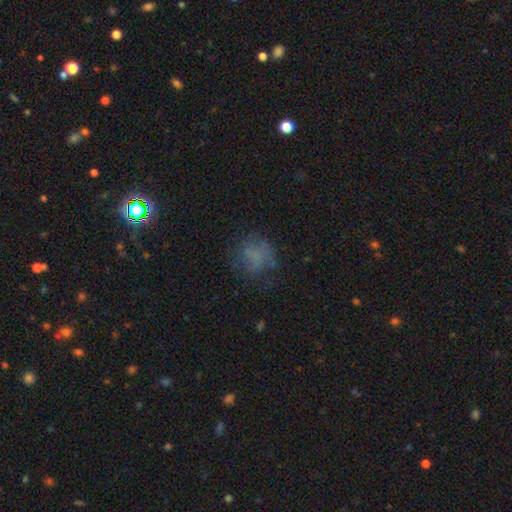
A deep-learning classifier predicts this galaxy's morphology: Smooth or featured? Predicted: smooth (p=0.54). How rounded? Predicted: round (p=0.68). Merging? Predicted: none (p=0.59).